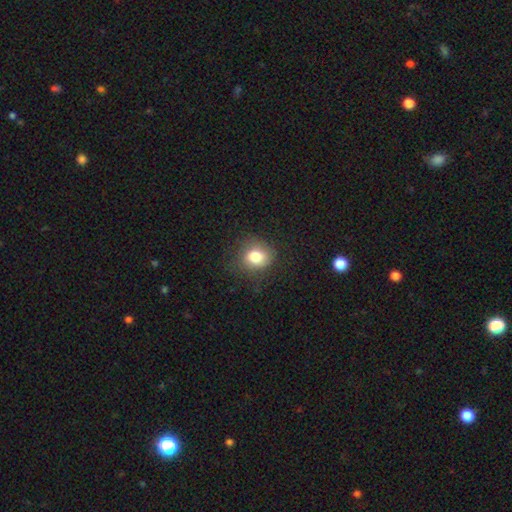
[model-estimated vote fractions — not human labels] smooth 80%, star or artifact 11%, featured or disk 9%. Down the decision tree: how rounded — round (69%); merging — none (71%).